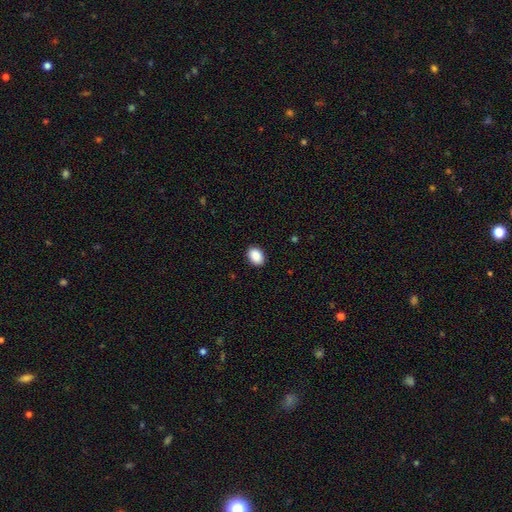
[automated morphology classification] Overall: smooth (90%). How rounded: in between (78%). Merging: none (90%).